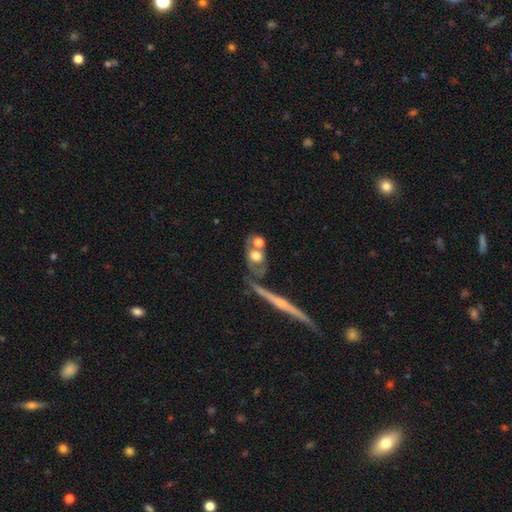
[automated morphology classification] This is possibly a smooth galaxy (51%). How rounded: possibly in between (54%). Merging: marginally none (42%).